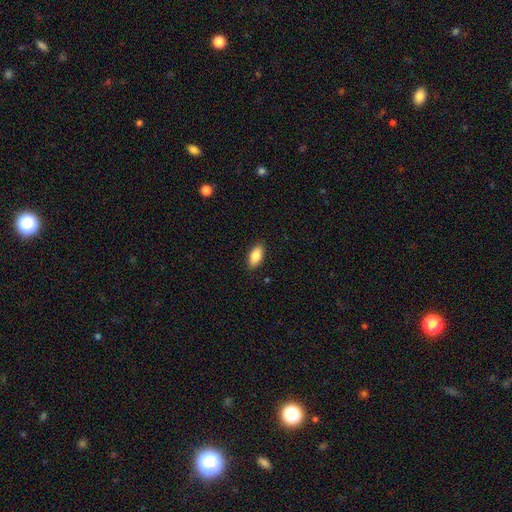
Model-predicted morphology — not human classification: smooth_or_featured: smooth (p=0.85) [alt: featured or disk p=0.08]
how_rounded: in between (p=0.90) [alt: cigar-shaped p=0.07]
merging: none (p=0.88) [alt: minor disturbance p=0.09]